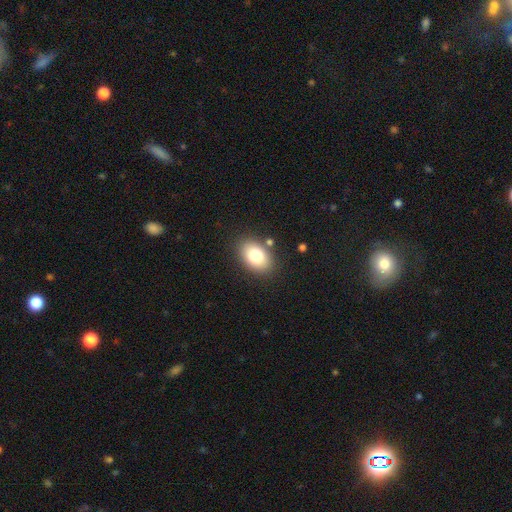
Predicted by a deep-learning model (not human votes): Smooth or featured?
  - smooth: 80% *
  - featured or disk: 12%
  - star or artifact: 9%
How rounded?
  - in between: 84% *
  - round: 14%
  - cigar-shaped: 1%
Merging?
  - none: 84% *
  - minor disturbance: 10%
  - merger: 3%
  - major disturbance: 3%